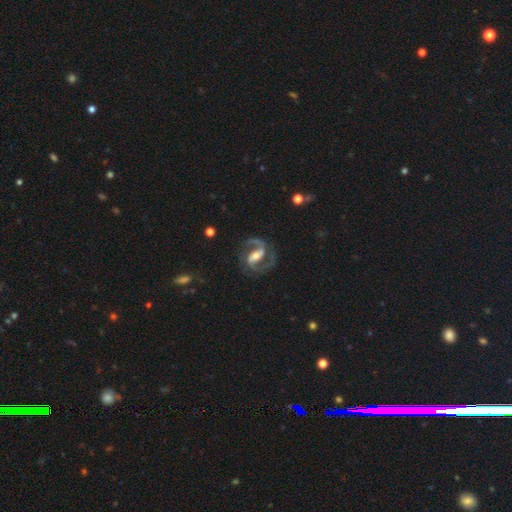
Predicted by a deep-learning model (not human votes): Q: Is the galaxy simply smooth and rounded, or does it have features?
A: featured or disk — 90%.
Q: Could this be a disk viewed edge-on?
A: no — 97%.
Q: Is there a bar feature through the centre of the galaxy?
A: strong — 49%.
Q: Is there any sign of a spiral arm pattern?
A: yes — 97%.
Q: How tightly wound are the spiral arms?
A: medium — 61%.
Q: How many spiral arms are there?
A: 2 — 92%.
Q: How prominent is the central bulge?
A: moderate — 58%.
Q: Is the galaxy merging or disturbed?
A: none — 76%.